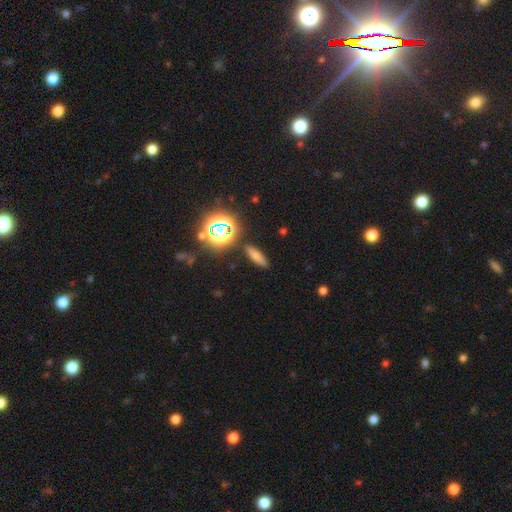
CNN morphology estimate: smooth 66%, star or artifact 21%, featured or disk 13%. Down the decision tree: how rounded — cigar-shaped (59%); merging — none (87%).